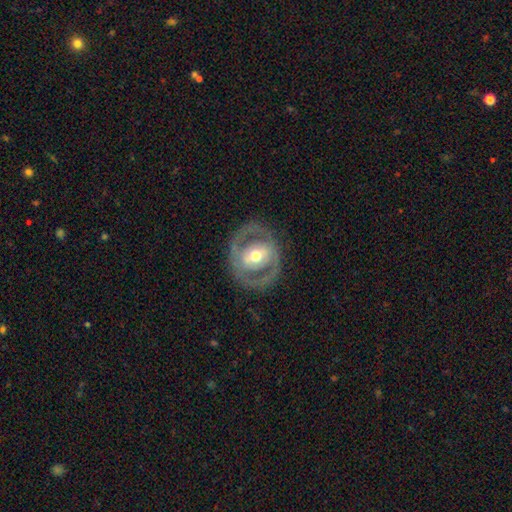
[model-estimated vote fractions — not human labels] The model was most divided on "bar": no: 45%, weak: 33%, strong: 22%. More confident: edge-on disk — no (95%); merging — none (78%); bulge size — moderate (71%); smooth or featured — featured or disk (70%); spiral arms — no (62%).